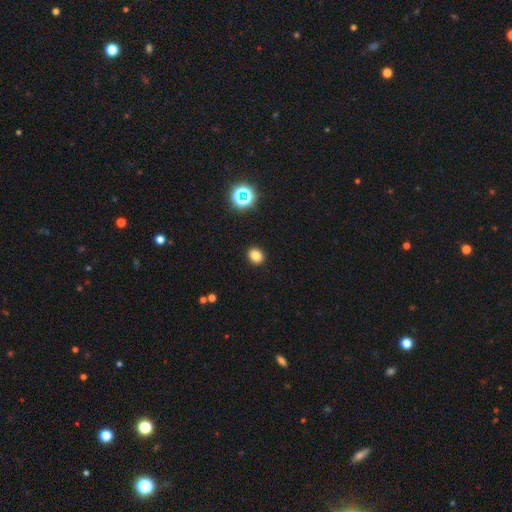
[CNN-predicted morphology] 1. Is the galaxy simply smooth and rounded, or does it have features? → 81% smooth, 14% star or artifact, 4% featured or disk.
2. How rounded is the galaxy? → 58% round, 41% in between, 1% cigar-shaped.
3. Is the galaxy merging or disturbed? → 92% none, 5% minor disturbance, 2% major disturbance, 1% merger.